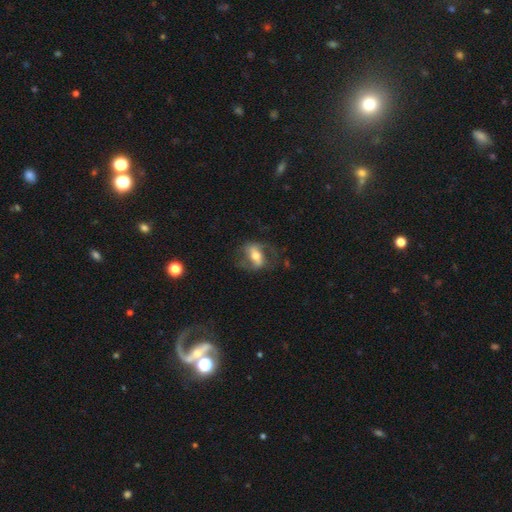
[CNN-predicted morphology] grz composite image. It shows a featured or disk galaxy (63%) with a strong bar (53%), spiral arms (66%) and a moderate central bulge (66%). Merging: none (60%).